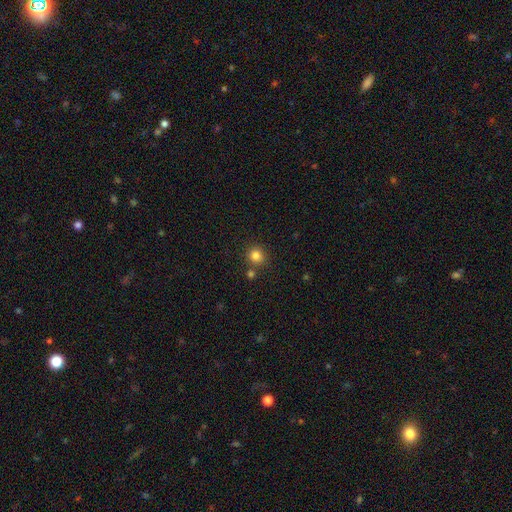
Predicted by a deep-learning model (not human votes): A smooth galaxy with no disk features (82%) that is round (90%).

Vote fractions:
- Smooth or featured? smooth: 82% / star or artifact: 12% / featured or disk: 5%
- How rounded? round: 90% / in between: 9% / cigar-shaped: 1%
- Merging? none: 78% / merger: 11% / minor disturbance: 8% / major disturbance: 3%